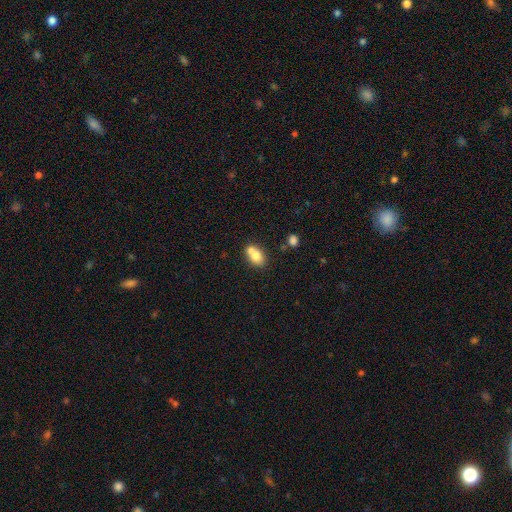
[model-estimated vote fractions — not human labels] A smooth galaxy with no disk features (74%) that is in between round and cigar-shaped (73%).

Vote fractions:
- Smooth or featured? smooth: 74% / featured or disk: 16% / star or artifact: 9%
- How rounded? in between: 73% / round: 25% / cigar-shaped: 2%
- Merging? merger: 47% / none: 39% / minor disturbance: 11% / major disturbance: 4%